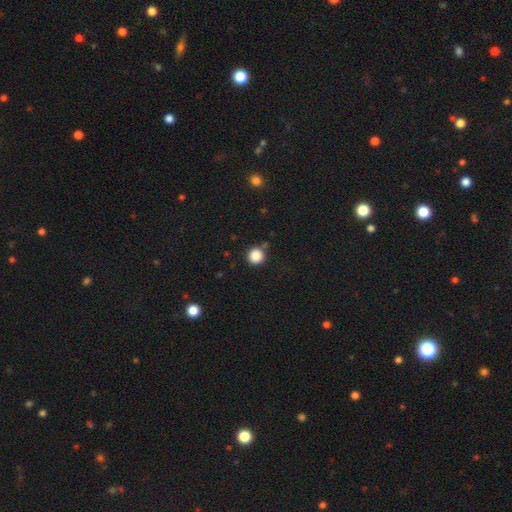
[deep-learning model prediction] smooth_or_featured: smooth (p=0.87) [alt: star or artifact p=0.10]
how_rounded: round (p=0.95) [alt: in between p=0.05]
merging: none (p=0.84) [alt: minor disturbance p=0.09]